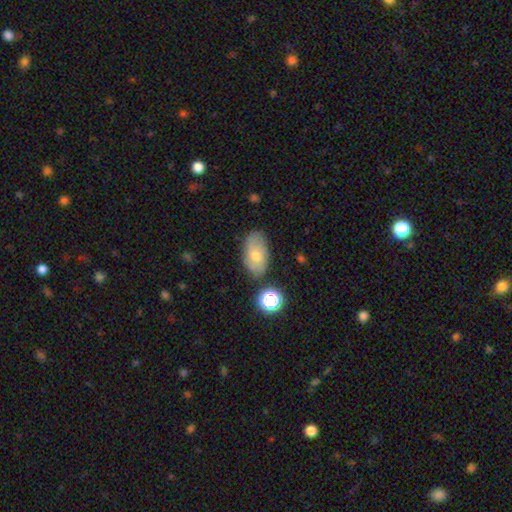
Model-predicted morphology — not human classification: Smooth or featured: smooth — 57% (featured or disk — 32%)
How rounded: in between — 88% (round — 9%)
Merging: none — 74% (minor disturbance — 18%)